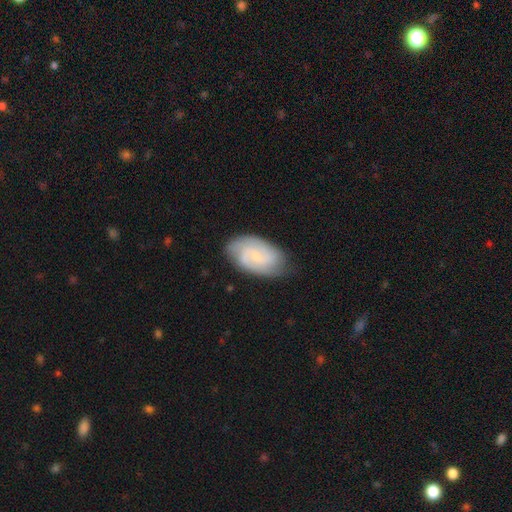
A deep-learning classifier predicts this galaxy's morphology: A featured or disk galaxy (74%) with no bar (49%), 2 (52%) tight (45%) spiral arms (95%) and a small central bulge (72%).

Vote fractions:
- Smooth or featured? featured or disk: 74% / smooth: 20% / star or artifact: 6%
- Edge-on disk? no: 97% / yes: 3%
- Bar? no: 49% / weak: 44% / strong: 7%
- Spiral arms? yes: 95% / no: 5%
- Spiral winding? tight: 45% / medium: 43% / loose: 12%
- Spiral arm count? 2: 52% / can't tell: 20% / 3: 18% / 4: 4% / 1: 3% / more than 4: 3%
- Bulge size? small: 72% / moderate: 20% / none: 7% / large: 1% / dominant: 1%
- Merging? none: 77% / minor disturbance: 17% / major disturbance: 4% / merger: 1%